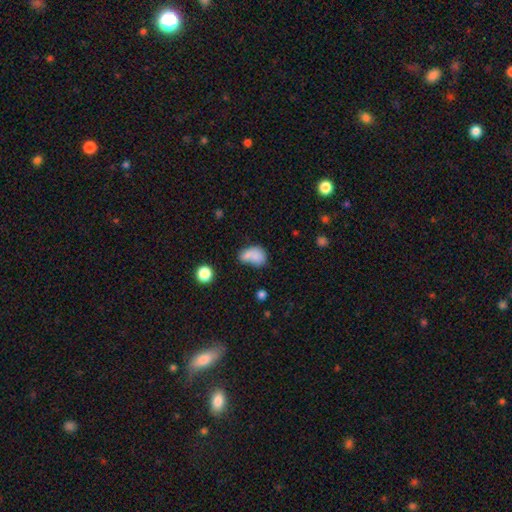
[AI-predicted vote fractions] Morphology: type=smooth (78%); roundness=in between (66%); merging=merger (50%).